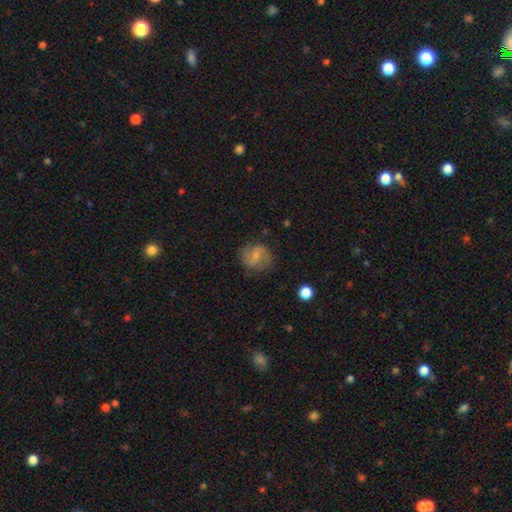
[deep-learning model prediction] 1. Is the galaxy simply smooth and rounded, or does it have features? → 48% featured or disk, 44% smooth, 8% star or artifact.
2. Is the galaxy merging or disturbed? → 71% none, 19% minor disturbance, 8% major disturbance, 2% merger.